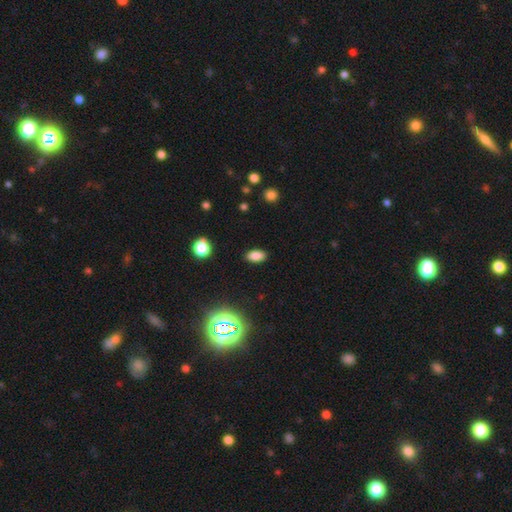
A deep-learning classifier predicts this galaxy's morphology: This is clearly a smooth galaxy (81%). How rounded: clearly in between (90%). Merging: clearly none (88%).